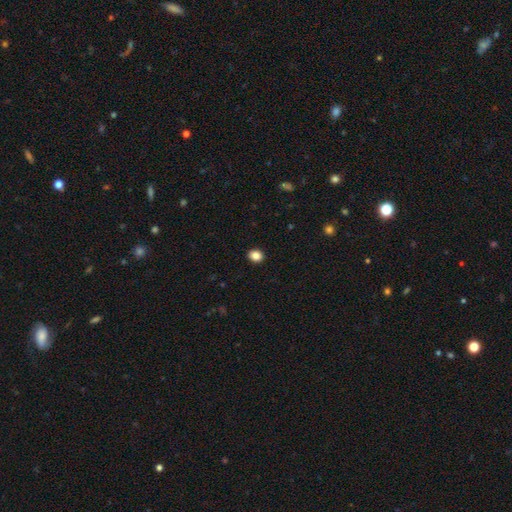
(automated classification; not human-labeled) smooth 86%, star or artifact 10%, featured or disk 4%. Down the decision tree: how rounded — round (61%); merging — none (92%).